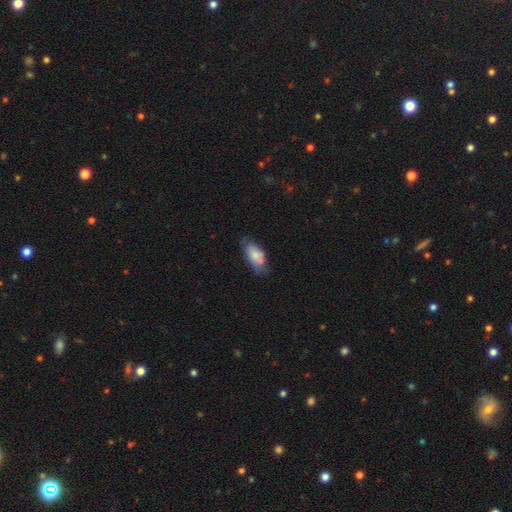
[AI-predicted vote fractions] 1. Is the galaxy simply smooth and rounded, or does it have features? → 70% smooth, 23% featured or disk, 7% star or artifact.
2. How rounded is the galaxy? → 87% in between, 10% cigar-shaped, 3% round.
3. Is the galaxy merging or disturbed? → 54% none, 24% minor disturbance, 15% merger, 7% major disturbance.